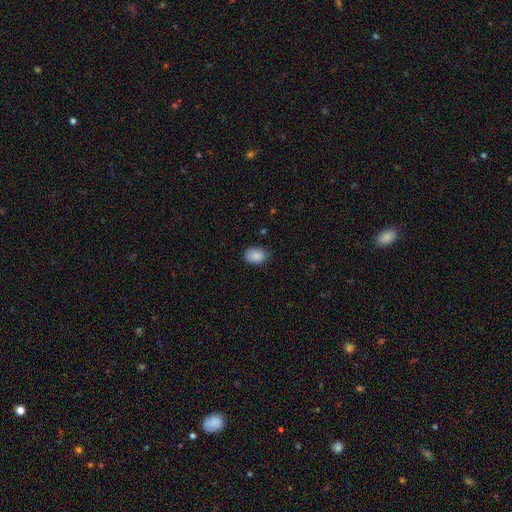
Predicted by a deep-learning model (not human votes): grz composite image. It shows a smooth galaxy with no disk features (88%) that is in between round and cigar-shaped (78%). Merging: none (78%).